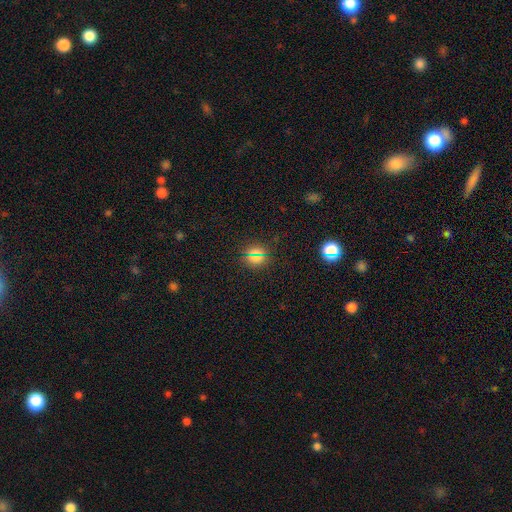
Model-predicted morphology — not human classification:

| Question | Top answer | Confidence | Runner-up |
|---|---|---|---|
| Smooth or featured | smooth | 57% | star or artifact (35%) |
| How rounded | round | 77% | in between (19%) |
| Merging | none | 85% | minor disturbance (9%) |